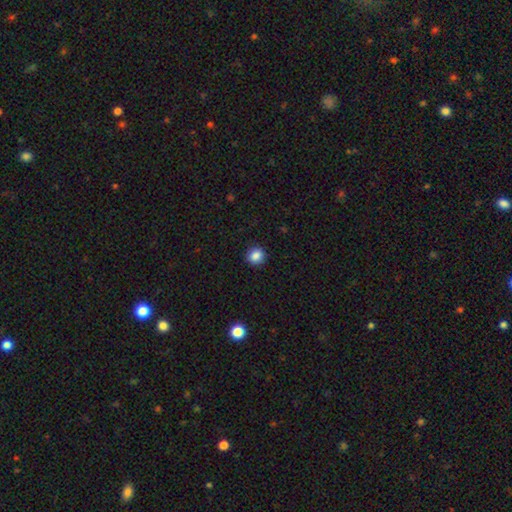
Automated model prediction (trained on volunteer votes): This is clearly a smooth galaxy (86%). How rounded: clearly round (88%). Merging: clearly none (92%).